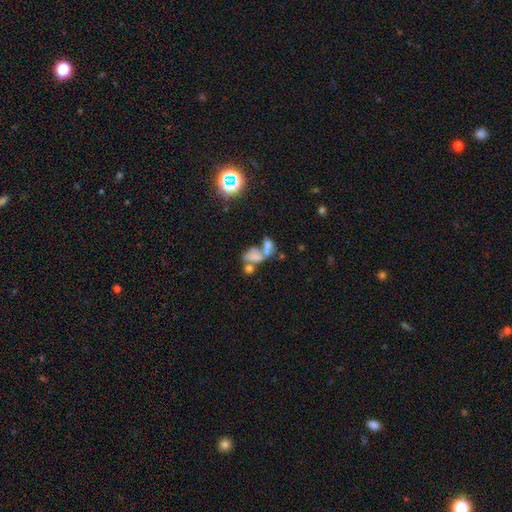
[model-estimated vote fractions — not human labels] smooth-or-featured: smooth: 55% | featured or disk: 30% | star or artifact: 15%
  how-rounded: in between: 83% | round: 14% | cigar-shaped: 4%
  merging: merger: 62% | none: 17% | major disturbance: 12% | minor disturbance: 9%